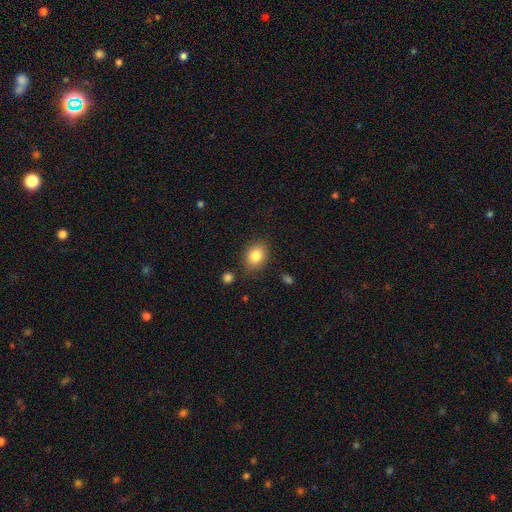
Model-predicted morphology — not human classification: Q: Smooth or featured?
A: smooth (84%); runner-up: star or artifact (9%)
Q: How rounded?
A: in between (60%); runner-up: round (39%)
Q: Merging?
A: none (83%); runner-up: minor disturbance (11%)